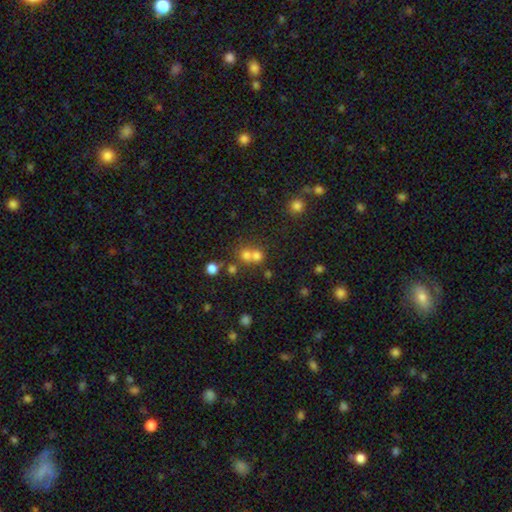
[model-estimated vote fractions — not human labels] Morphology: type=smooth (68%); roundness=round (84%); merging=merger (51%).